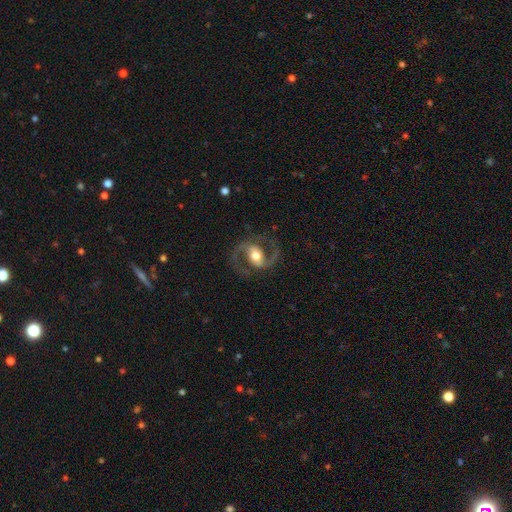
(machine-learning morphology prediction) smooth_or_featured: featured or disk (p=0.89) [alt: smooth p=0.07]
disk_edge_on: no (p=0.97) [alt: yes p=0.03]
bar: weak (p=0.39) [alt: no p=0.31]
has_spiral_arms: yes (p=0.95) [alt: no p=0.05]
spiral_winding: medium (p=0.60) [alt: loose p=0.27]
spiral_arm_count: 2 (p=0.94) [alt: can't tell p=0.02]
bulge_size: moderate (p=0.68) [alt: large p=0.20]
merging: none (p=0.79) [alt: minor disturbance p=0.11]